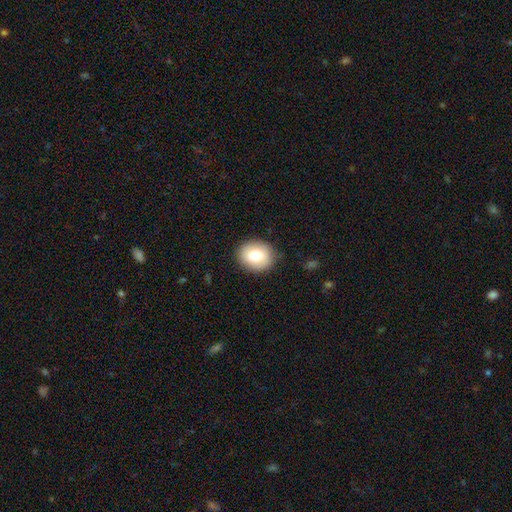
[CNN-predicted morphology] Smooth or featured? smooth (80%)
How rounded? round (57%)
Merging? none (86%)